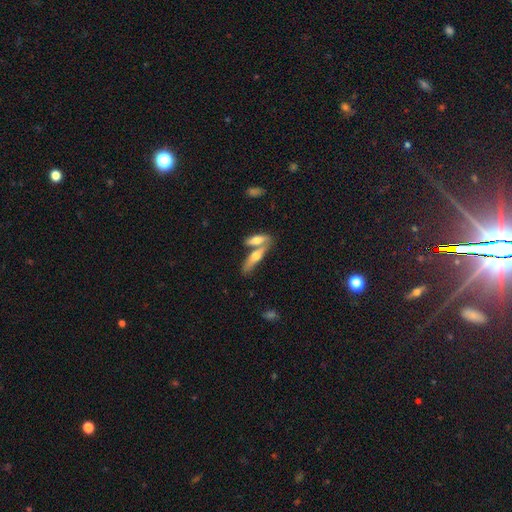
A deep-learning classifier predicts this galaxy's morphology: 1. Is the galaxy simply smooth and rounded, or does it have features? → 57% smooth, 36% featured or disk, 7% star or artifact.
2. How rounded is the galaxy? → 51% cigar-shaped, 45% in between, 3% round.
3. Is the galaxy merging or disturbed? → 53% merger, 34% none, 9% minor disturbance, 4% major disturbance.